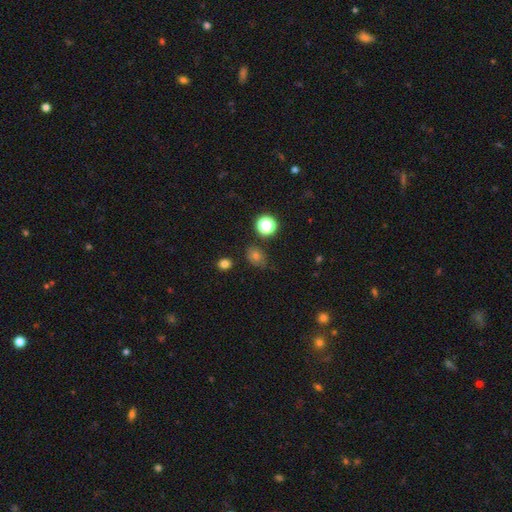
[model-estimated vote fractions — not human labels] Q: Smooth or featured?
A: smooth (67%); runner-up: star or artifact (22%)
Q: How rounded?
A: in between (51%); runner-up: round (48%)
Q: Merging?
A: none (70%); runner-up: minor disturbance (21%)